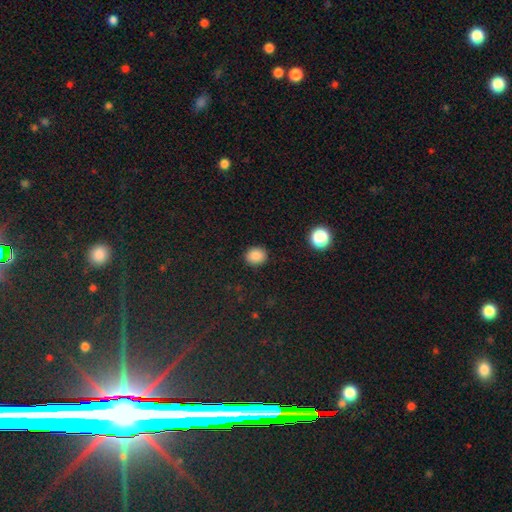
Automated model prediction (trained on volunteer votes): Smooth or featured? Predicted: smooth (p=0.86). How rounded? Predicted: round (p=0.67). Merging? Predicted: none (p=0.90).